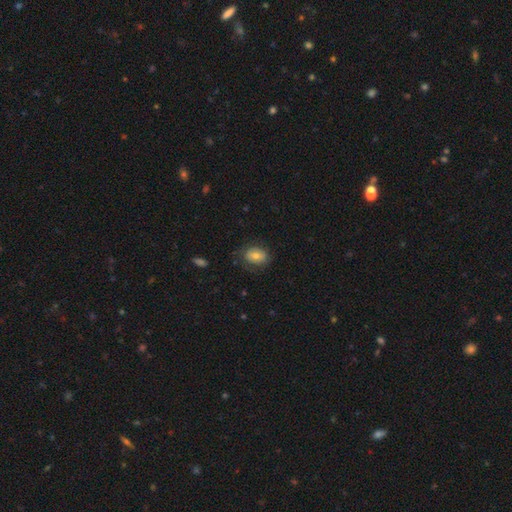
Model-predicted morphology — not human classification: Overall: smooth (72%). How rounded: in between (68%; round 30%). Merging: none (71%).